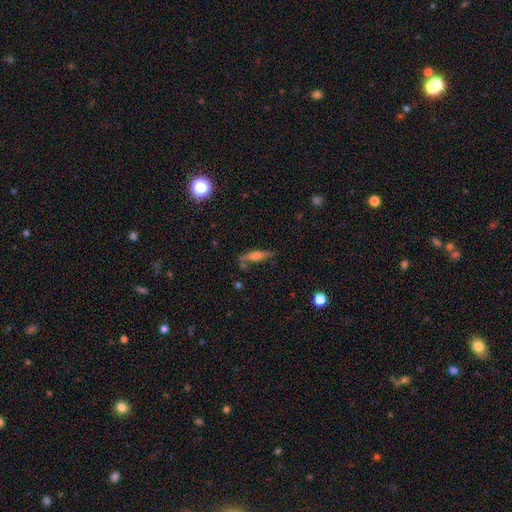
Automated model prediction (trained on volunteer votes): Smooth or featured? Predicted: featured or disk (p=0.50). Merging? Predicted: none (p=0.72).